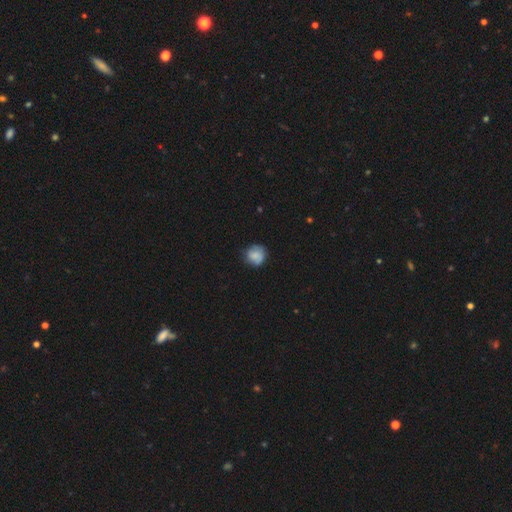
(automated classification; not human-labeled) The model was most divided on "merging": none: 70%, minor disturbance: 23%, major disturbance: 6%, merger: 1%. More confident: how rounded — round (86%); smooth or featured — smooth (76%).